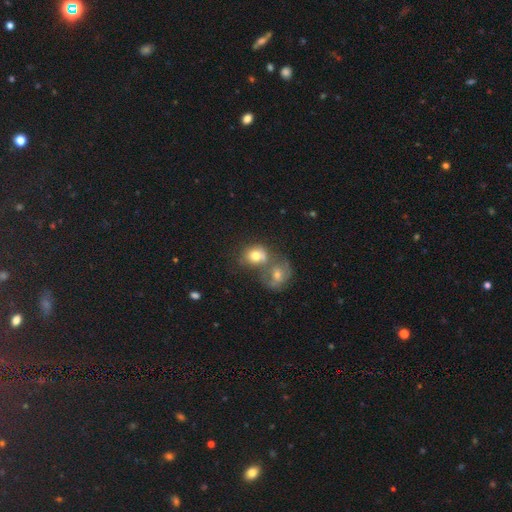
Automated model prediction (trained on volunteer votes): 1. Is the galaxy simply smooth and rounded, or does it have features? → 69% smooth, 21% featured or disk, 10% star or artifact.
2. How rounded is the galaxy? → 66% round, 33% in between, 1% cigar-shaped.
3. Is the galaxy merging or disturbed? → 56% merger, 27% none, 10% minor disturbance, 6% major disturbance.